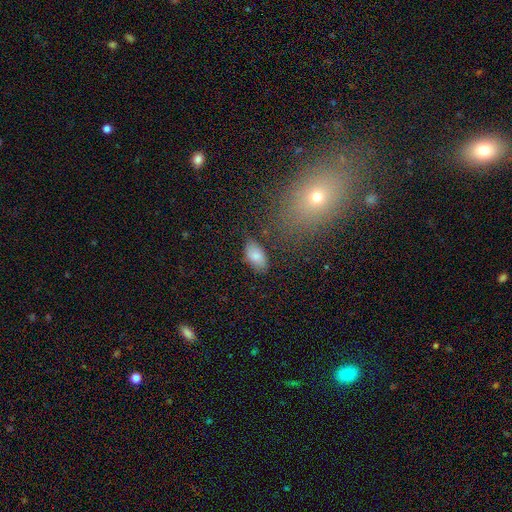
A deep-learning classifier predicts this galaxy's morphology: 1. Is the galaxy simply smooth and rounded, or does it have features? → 81% smooth, 11% featured or disk, 8% star or artifact.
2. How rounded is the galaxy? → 93% in between, 4% round, 3% cigar-shaped.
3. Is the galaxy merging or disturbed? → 74% none, 18% minor disturbance, 5% major disturbance, 3% merger.